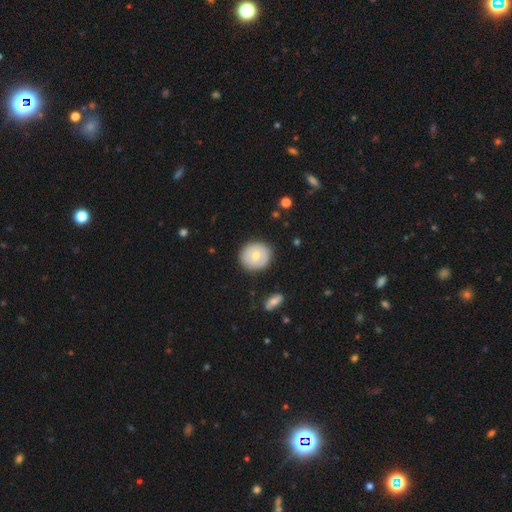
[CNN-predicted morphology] The model was most divided on "smooth or featured": smooth: 65%, featured or disk: 27%, star or artifact: 7%. More confident: merging — none (87%); how rounded — round (87%).